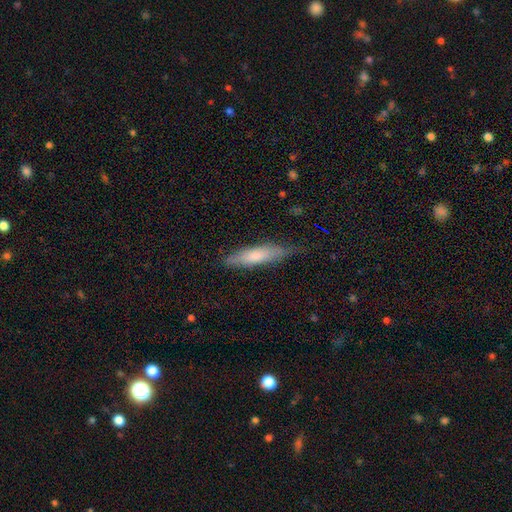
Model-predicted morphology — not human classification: The model was most divided on "smooth or featured": smooth: 67%, featured or disk: 27%, star or artifact: 6%. More confident: how rounded — cigar-shaped (76%); merging — none (70%).